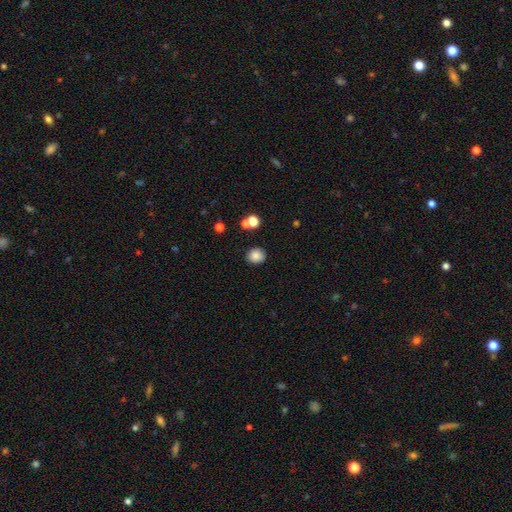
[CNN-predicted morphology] Q: Smooth or featured?
A: smooth (84%); runner-up: star or artifact (11%)
Q: How rounded?
A: round (77%); runner-up: in between (22%)
Q: Merging?
A: none (86%); runner-up: minor disturbance (8%)